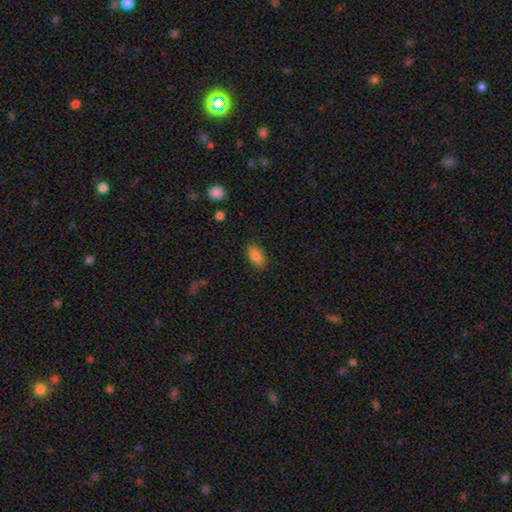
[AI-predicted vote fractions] Morphology: type=smooth (87%); roundness=in between (90%); merging=none (87%).